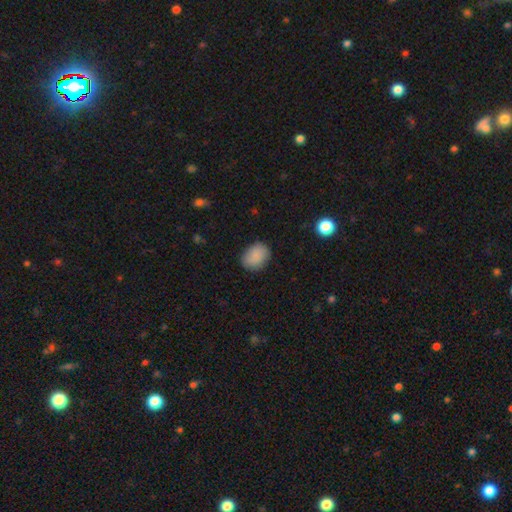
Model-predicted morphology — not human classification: Smooth or featured? Predicted: smooth (p=0.88). How rounded? Predicted: in between (p=0.65). Merging? Predicted: none (p=0.83).